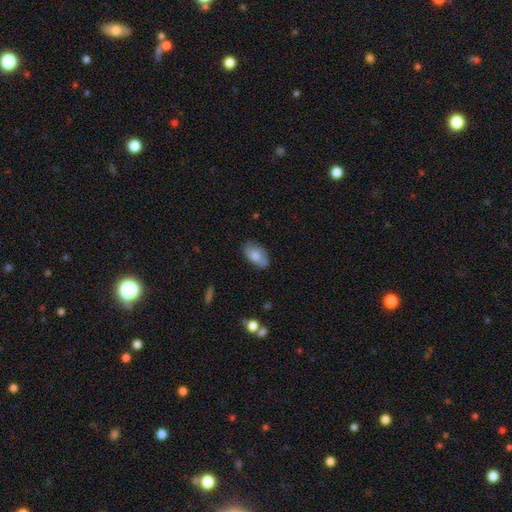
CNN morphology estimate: A smooth galaxy with no disk features (74%) that is in between round and cigar-shaped (93%). Merging: none (73%).